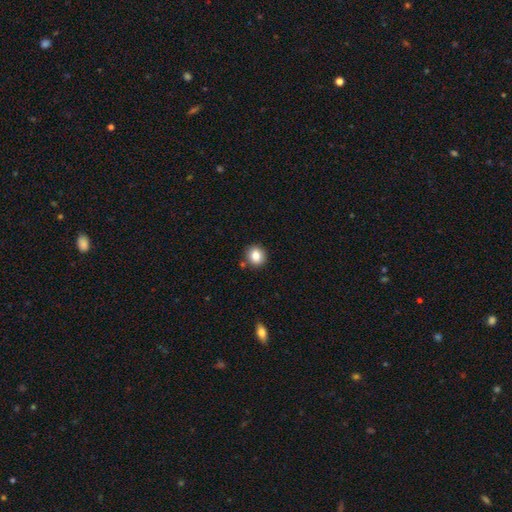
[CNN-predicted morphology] smooth-or-featured: smooth: 83% | star or artifact: 10% | featured or disk: 7%
  how-rounded: round: 81% | in between: 18% | cigar-shaped: 1%
  merging: none: 86% | minor disturbance: 8% | merger: 4% | major disturbance: 2%